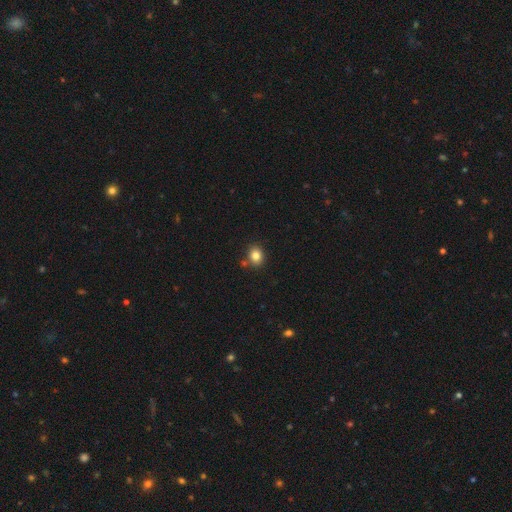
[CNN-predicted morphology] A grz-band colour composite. It shows a smooth galaxy with no disk features (83%) that is round (59%). Merging: none (80%).